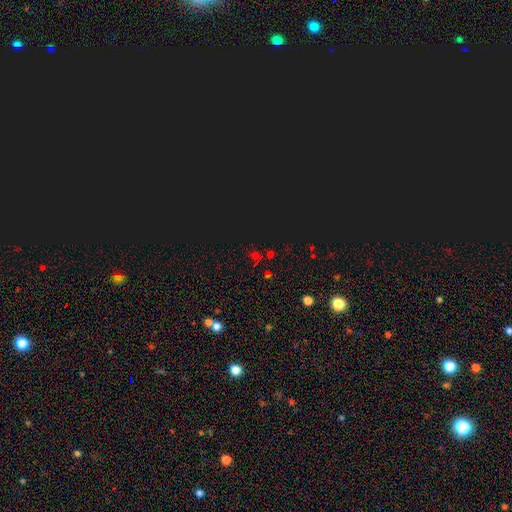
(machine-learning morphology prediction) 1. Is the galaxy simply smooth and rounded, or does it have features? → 68% star or artifact, 24% smooth, 8% featured or disk.